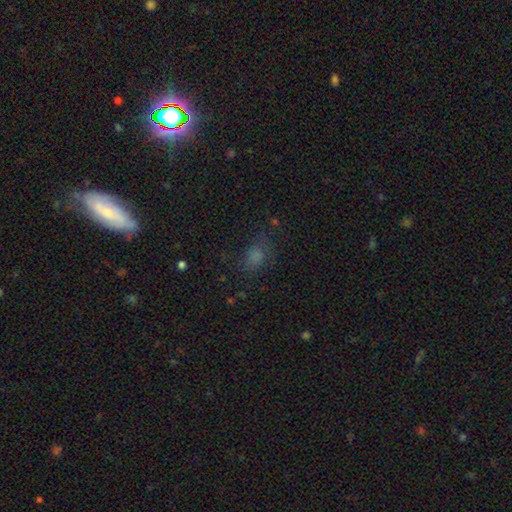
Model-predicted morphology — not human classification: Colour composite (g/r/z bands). It shows a smooth galaxy with no disk features (69%) that is in between round and cigar-shaped (62%). Merging: none (65%).